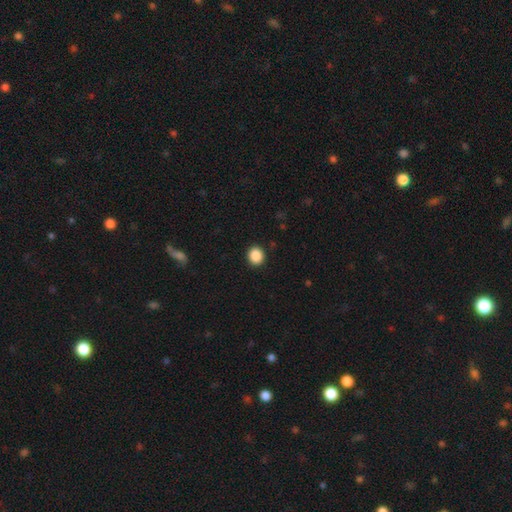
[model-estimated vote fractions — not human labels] A smooth galaxy with no disk features (88%) that is round (79%).

Vote fractions:
- Smooth or featured? smooth: 88% / star or artifact: 9% / featured or disk: 3%
- How rounded? round: 79% / in between: 20% / cigar-shaped: 1%
- Merging? none: 92% / minor disturbance: 5% / major disturbance: 2% / merger: 1%